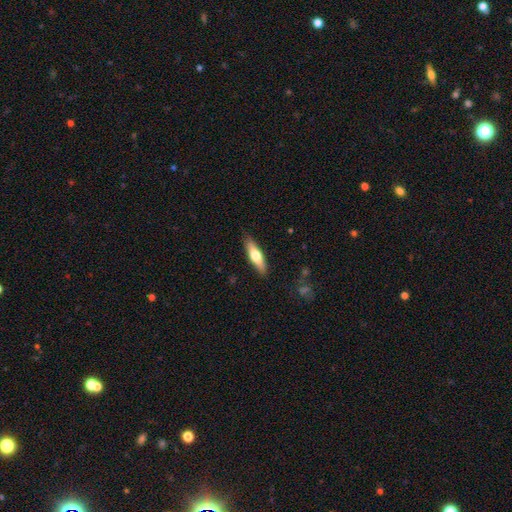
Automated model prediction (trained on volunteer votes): Smooth or featured? smooth (59%)
How rounded? cigar-shaped (64%)
Merging? none (87%)